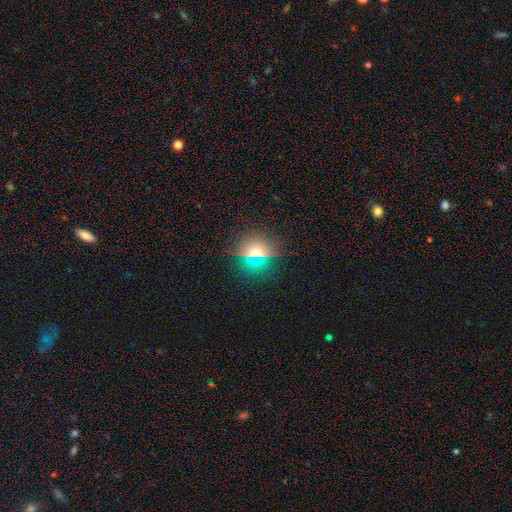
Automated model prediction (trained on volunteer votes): smooth 62%, star or artifact 24%, featured or disk 14%. Down the decision tree: how rounded — round (86%); merging — none (87%).